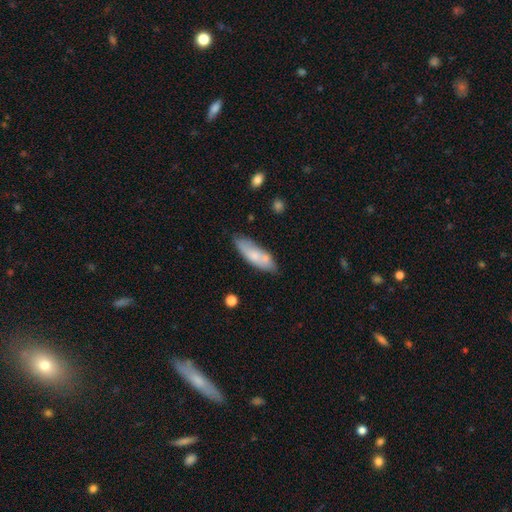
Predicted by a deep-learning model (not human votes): smooth 68%, featured or disk 26%, star or artifact 6%. Down the decision tree: how rounded — in between (55%); merging — none (66%).